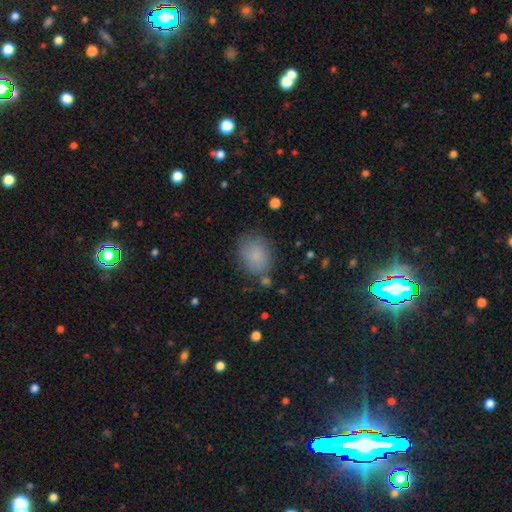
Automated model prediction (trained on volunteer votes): Smooth or featured: smooth — 83% (star or artifact — 10%)
How rounded: in between — 55% (round — 44%)
Merging: none — 76% (minor disturbance — 16%)